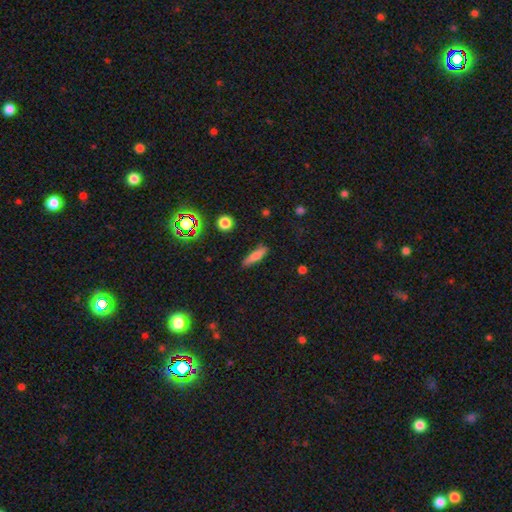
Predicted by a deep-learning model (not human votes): The model was most divided on "smooth or featured": smooth: 67%, featured or disk: 23%, star or artifact: 10%. More confident: merging — none (83%); how rounded — cigar-shaped (77%).